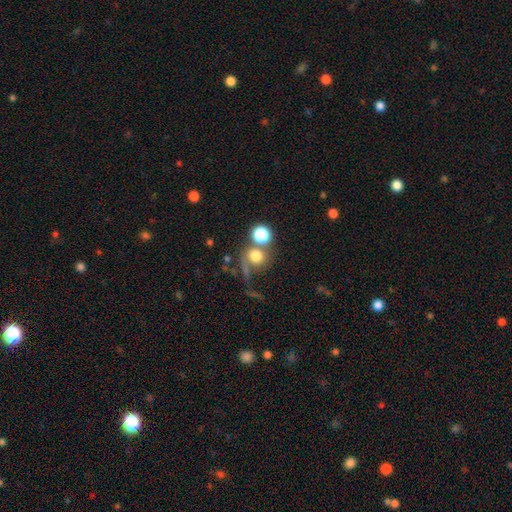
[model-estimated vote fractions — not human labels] Smooth or featured?
  - smooth: 68% *
  - featured or disk: 16%
  - star or artifact: 16%
How rounded?
  - round: 85% *
  - in between: 14%
  - cigar-shaped: 1%
Merging?
  - none: 39% *
  - merger: 32%
  - major disturbance: 19%
  - minor disturbance: 11%